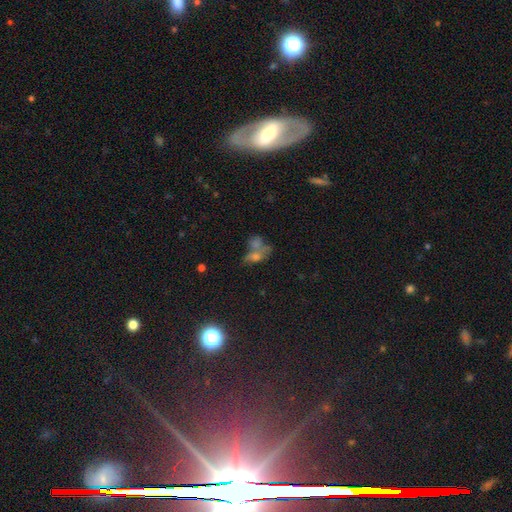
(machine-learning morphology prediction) smooth-or-featured: smooth: 45% | star or artifact: 30% | featured or disk: 25%
  merging: merger: 50% | none: 27% | major disturbance: 12% | minor disturbance: 11%